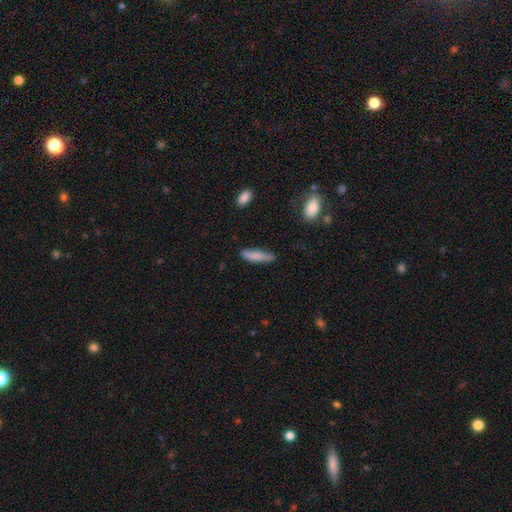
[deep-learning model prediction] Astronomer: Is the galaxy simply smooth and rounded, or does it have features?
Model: smooth — 83%.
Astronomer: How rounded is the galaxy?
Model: cigar-shaped — 75%.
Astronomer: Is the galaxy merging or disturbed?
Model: none — 83%.